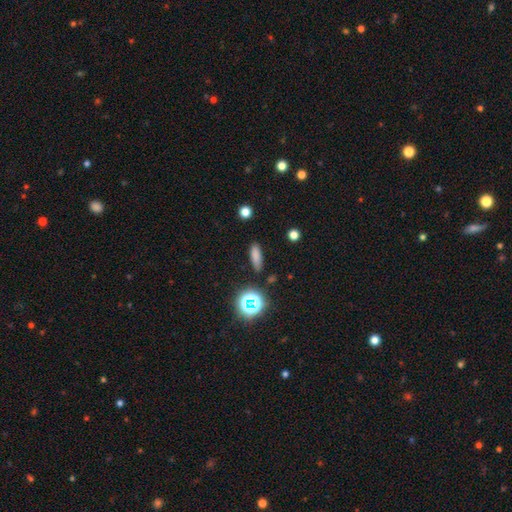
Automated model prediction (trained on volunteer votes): smooth-or-featured: smooth: 77% | star or artifact: 16% | featured or disk: 7%
  how-rounded: cigar-shaped: 50% | in between: 44% | round: 6%
  merging: none: 85% | minor disturbance: 10% | major disturbance: 3% | merger: 2%